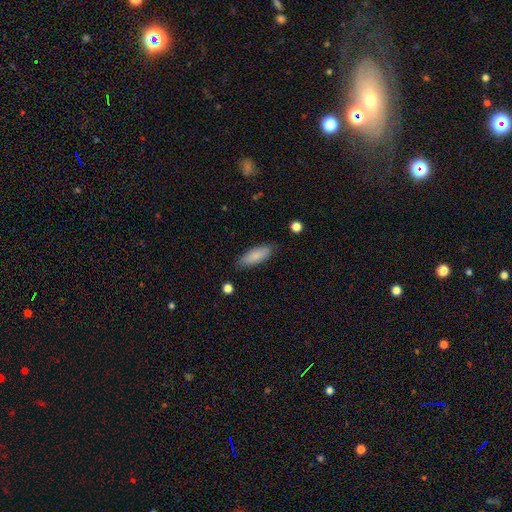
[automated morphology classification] smooth-or-featured: smooth: 84% | featured or disk: 10% | star or artifact: 6%
  how-rounded: in between: 71% | cigar-shaped: 27% | round: 2%
  merging: none: 83% | minor disturbance: 13% | major disturbance: 2% | merger: 1%